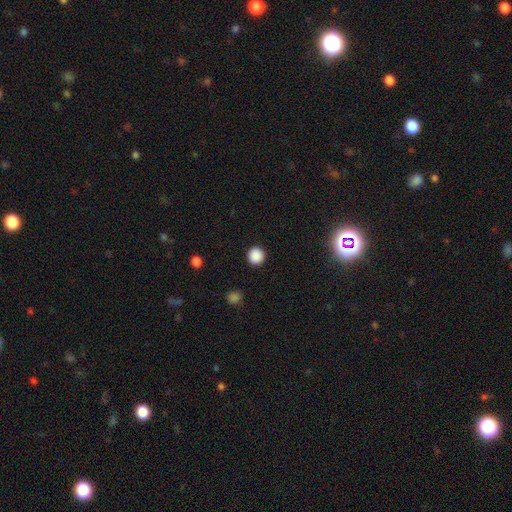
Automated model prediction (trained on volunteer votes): Smooth or featured: smooth — 88% (star or artifact — 10%)
How rounded: round — 94% (in between — 5%)
Merging: none — 92% (minor disturbance — 5%)